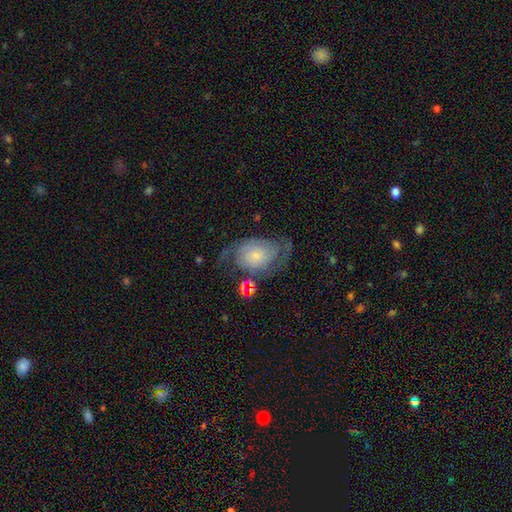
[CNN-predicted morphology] The model was most divided on "spiral winding": medium: 41%, loose: 33%, tight: 26%. More confident: edge-on disk — no (96%); spiral arms — yes (89%); spiral arm count — 2 (81%); bar — no (77%); smooth or featured — featured or disk (70%); bulge size — small (63%); merging — none (53%).